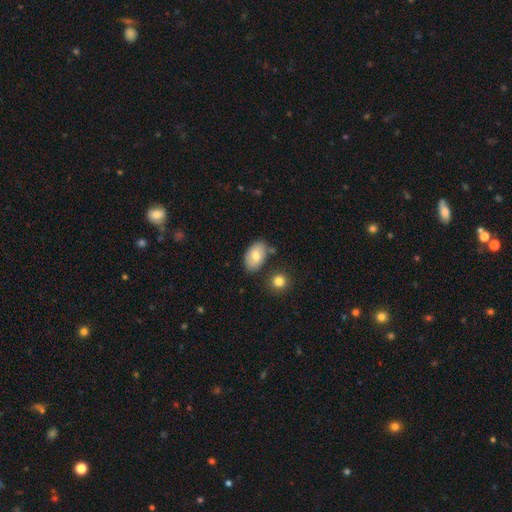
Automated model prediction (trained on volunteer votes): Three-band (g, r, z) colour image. It shows a smooth galaxy with no disk features (72%) that is in between round and cigar-shaped (90%). Merging: none (72%).